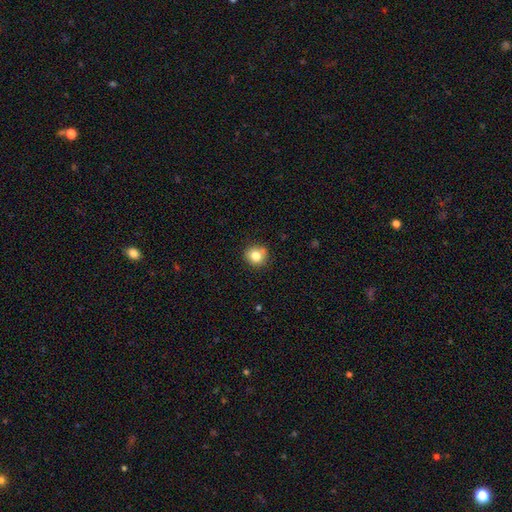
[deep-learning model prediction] Overall: smooth (80%). How rounded: round (86%). Merging: none (77%).